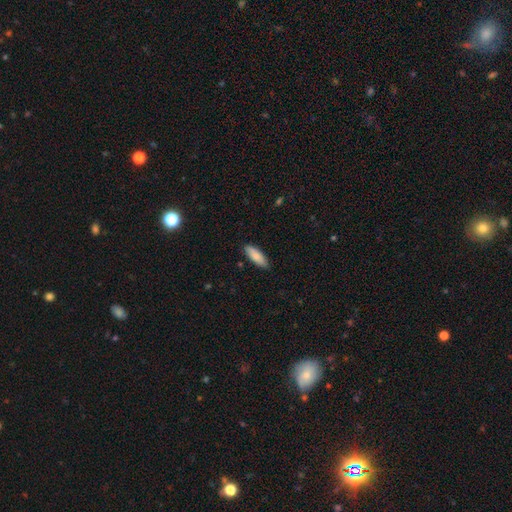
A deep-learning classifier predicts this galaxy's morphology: Smooth or featured?
  - smooth: 85% *
  - featured or disk: 10%
  - star or artifact: 6%
How rounded?
  - in between: 59% *
  - cigar-shaped: 39%
  - round: 2%
Merging?
  - none: 87% *
  - minor disturbance: 10%
  - major disturbance: 2%
  - merger: 1%